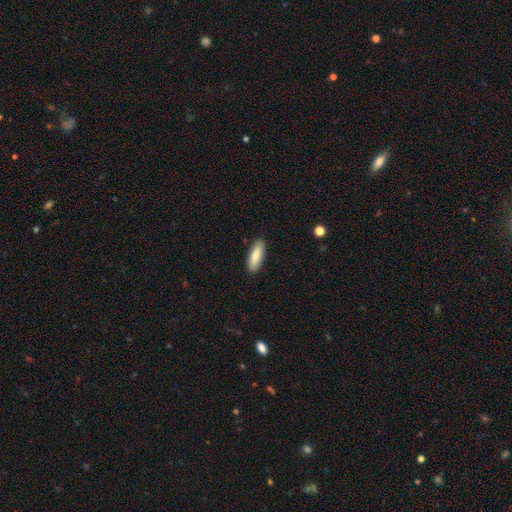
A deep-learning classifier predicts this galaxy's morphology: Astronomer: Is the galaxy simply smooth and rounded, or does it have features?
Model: smooth — 79%.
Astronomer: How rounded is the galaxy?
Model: in between — 57% (runner-up: cigar-shaped, 41%).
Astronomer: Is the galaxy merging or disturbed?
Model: none — 89%.